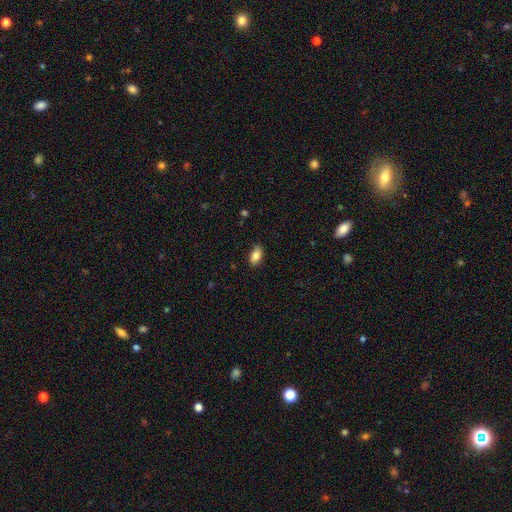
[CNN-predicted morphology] Overall: smooth (83%). How rounded: in between (90%). Merging: none (83%).